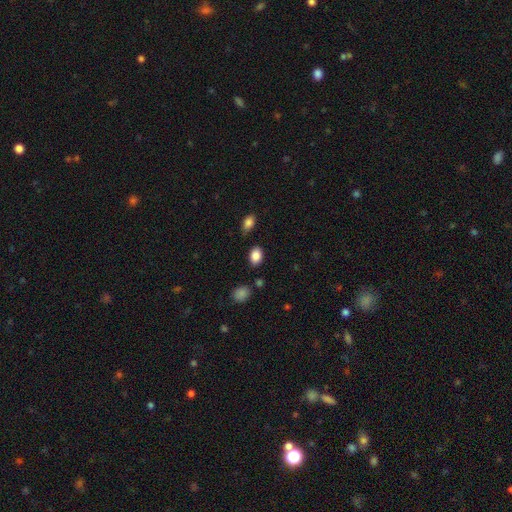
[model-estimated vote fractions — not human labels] Smooth or featured?
  - smooth: 86% *
  - star or artifact: 9%
  - featured or disk: 5%
How rounded?
  - in between: 78% *
  - round: 20%
  - cigar-shaped: 1%
Merging?
  - none: 81% *
  - minor disturbance: 12%
  - merger: 4%
  - major disturbance: 3%